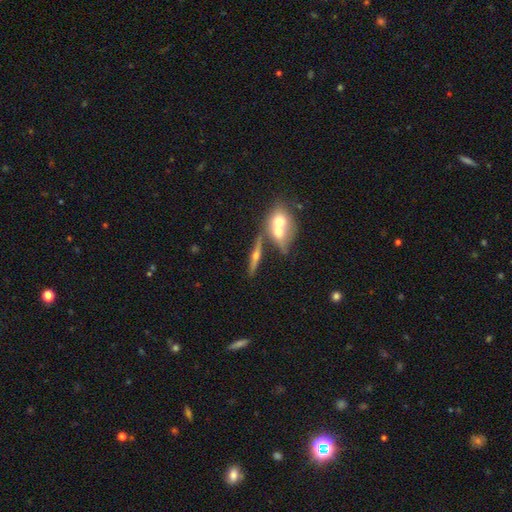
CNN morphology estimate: A featured or disk galaxy (67%) viewed edge-on (91%) with a rounded central bulge (94%).

Vote fractions:
- Smooth or featured? featured or disk: 67% / smooth: 25% / star or artifact: 8%
- Edge-on disk? yes: 91% / no: 9%
- Edge-on bulge? rounded: 94% / boxy: 3% / none: 3%
- Merging? none: 56% / merger: 31% / minor disturbance: 9% / major disturbance: 4%